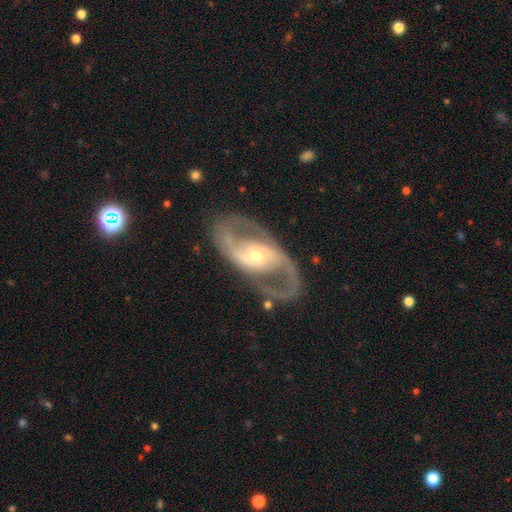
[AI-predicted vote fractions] A featured or disk galaxy (88%) with no bar (39%), 2 (90%) medium (53%) spiral arms (86%) and a moderate central bulge (53%). Merging: none (80%).